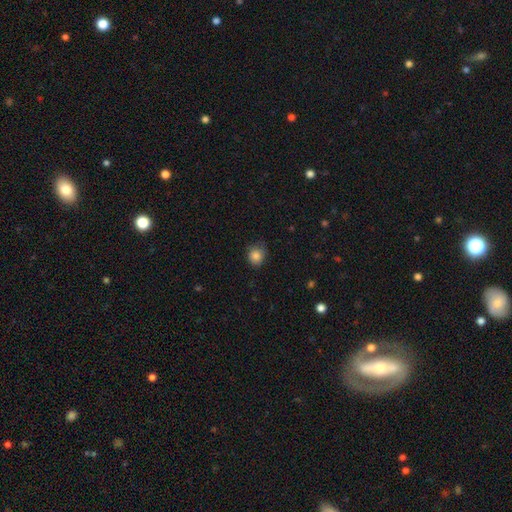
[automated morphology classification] Smooth or featured: smooth — 85% (star or artifact — 10%)
How rounded: round — 78% (in between — 21%)
Merging: none — 72% (minor disturbance — 23%)